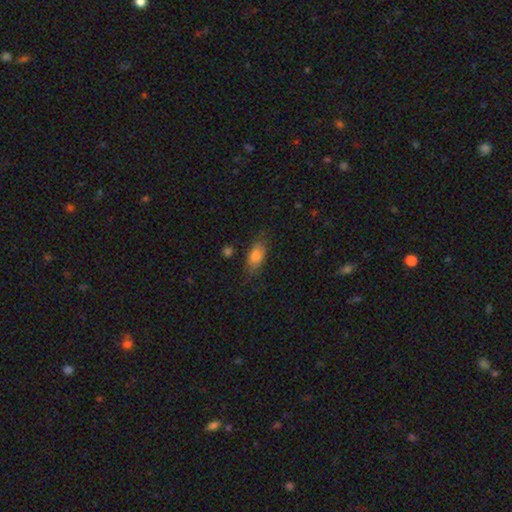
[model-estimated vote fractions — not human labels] Morphology: type=smooth (79%); roundness=in between (84%); merging=none (70%).